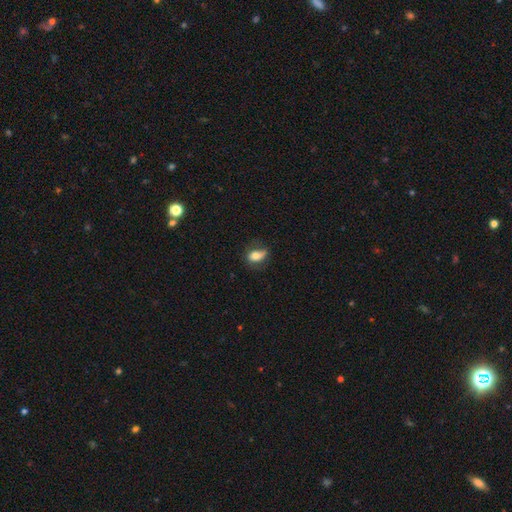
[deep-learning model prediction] This is likely a smooth galaxy (69%). How rounded: clearly in between (82%). Merging: possibly none (57%).